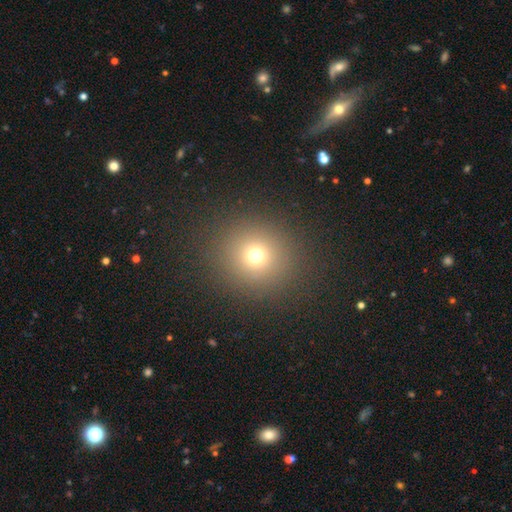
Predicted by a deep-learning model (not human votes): Smooth or featured: smooth — 70% (star or artifact — 20%)
How rounded: round — 90% (in between — 9%)
Merging: none — 88% (minor disturbance — 6%)